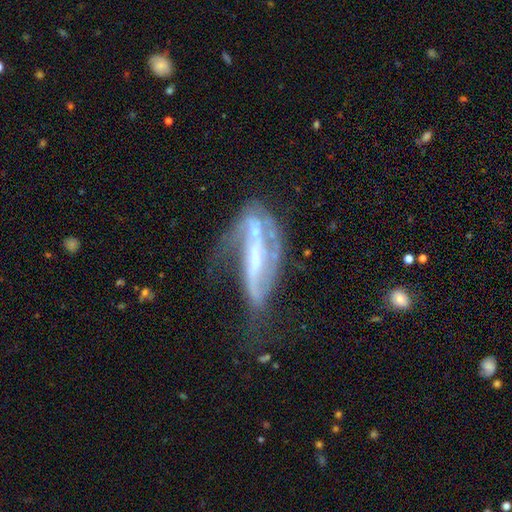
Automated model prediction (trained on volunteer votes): A featured or disk galaxy (76%) with a strong bar (50%), spiral arms (75%) and a small central bulge (46%). Merging: major disturbance (38%).